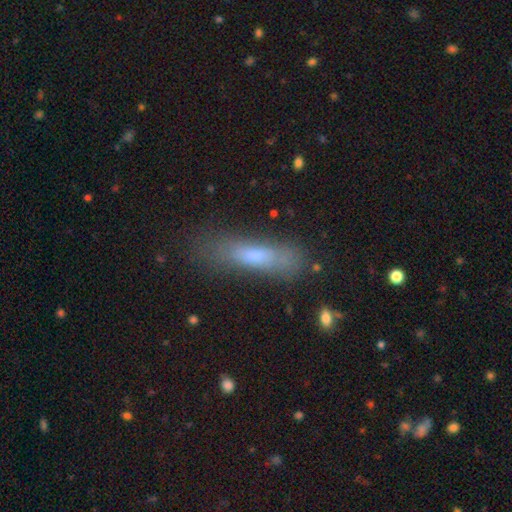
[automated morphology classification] A smooth galaxy with no disk features (65%) that is cigar-shaped (75%). Merging: none (68%).